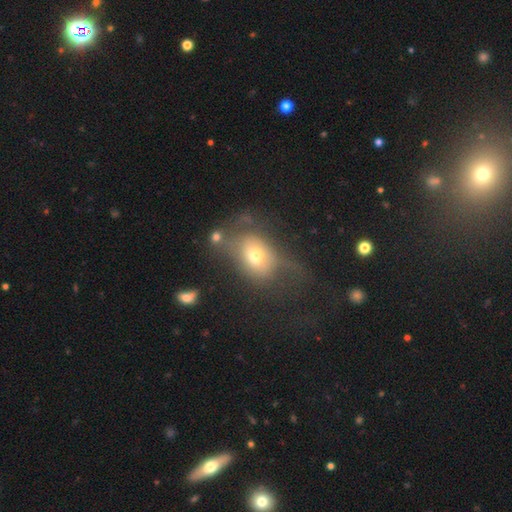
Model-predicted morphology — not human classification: Smooth or featured? Predicted: smooth (p=0.61). How rounded? Predicted: in between (p=0.65). Merging? Predicted: major disturbance (p=0.36).